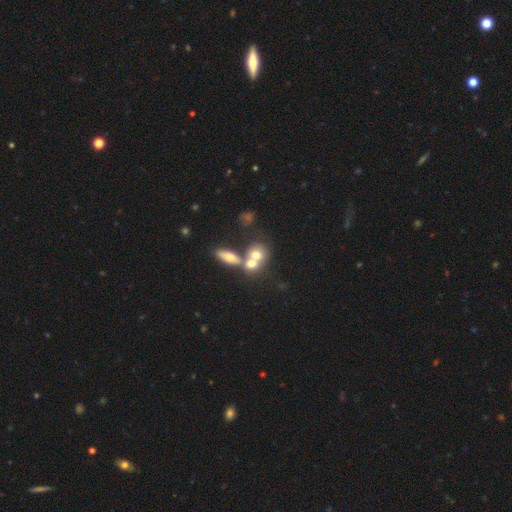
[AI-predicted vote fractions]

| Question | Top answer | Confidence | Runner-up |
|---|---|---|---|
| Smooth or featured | smooth | 65% | featured or disk (23%) |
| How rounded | round | 56% | in between (41%) |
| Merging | merger | 60% | none (28%) |